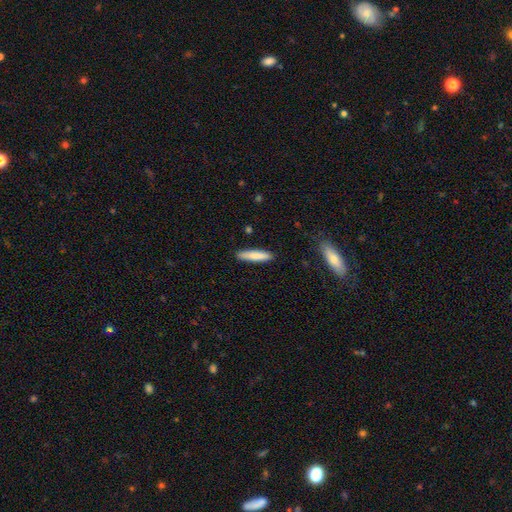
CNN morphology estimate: This is clearly a smooth galaxy (81%). How rounded: clearly cigar-shaped (85%). Merging: clearly none (89%).